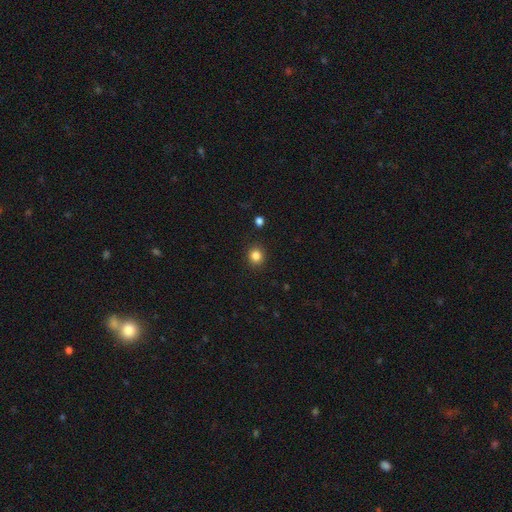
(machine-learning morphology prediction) A smooth galaxy with no disk features (84%) that is round (86%). Merging: none (90%).